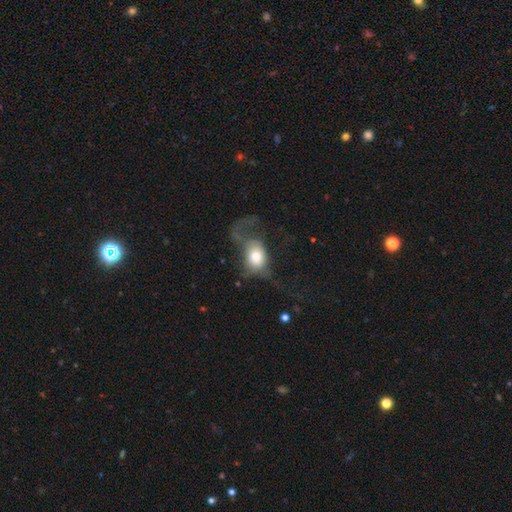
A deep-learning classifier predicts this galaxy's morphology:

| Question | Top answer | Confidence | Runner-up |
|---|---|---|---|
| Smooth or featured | smooth | 61% | featured or disk (31%) |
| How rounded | in between | 62% | round (36%) |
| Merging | major disturbance | 62% | none (19%) |